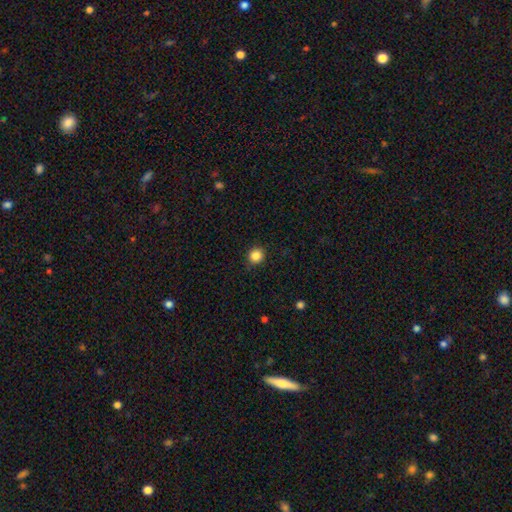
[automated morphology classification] smooth_or_featured: smooth (p=0.85) [alt: star or artifact p=0.11]
how_rounded: round (p=0.86) [alt: in between p=0.13]
merging: none (p=0.89) [alt: minor disturbance p=0.08]